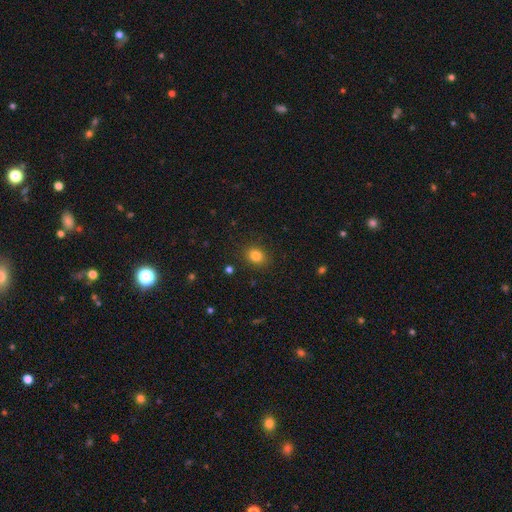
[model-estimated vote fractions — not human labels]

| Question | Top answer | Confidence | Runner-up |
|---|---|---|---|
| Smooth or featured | smooth | 83% | star or artifact (12%) |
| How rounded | round | 59% | in between (40%) |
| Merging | none | 88% | minor disturbance (8%) |